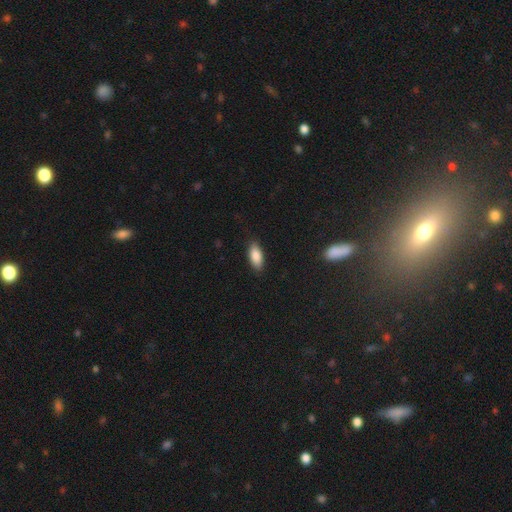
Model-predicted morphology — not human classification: smooth-or-featured: smooth: 87% | star or artifact: 7% | featured or disk: 6%
  how-rounded: in between: 86% | cigar-shaped: 12% | round: 2%
  merging: none: 87% | minor disturbance: 10% | major disturbance: 2% | merger: 1%